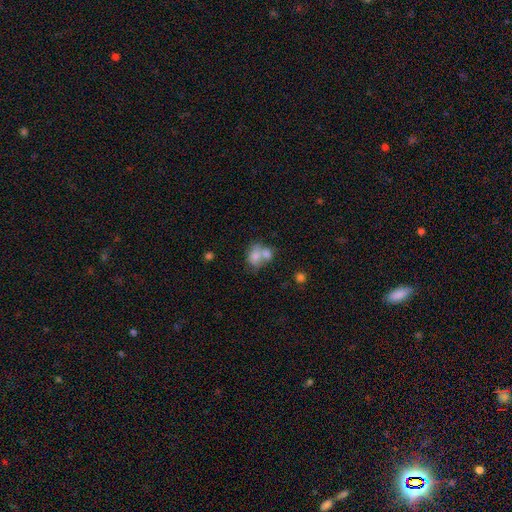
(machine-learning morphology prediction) Smooth or featured? smooth (71%)
How rounded? in between (58%)
Merging? merger (61%)